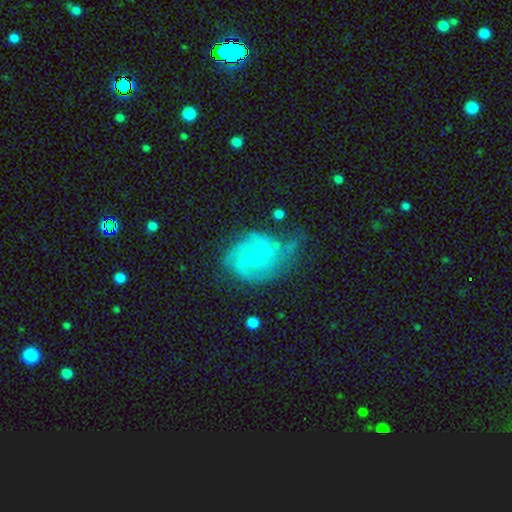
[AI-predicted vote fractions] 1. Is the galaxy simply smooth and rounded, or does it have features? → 75% featured or disk, 17% smooth, 7% star or artifact.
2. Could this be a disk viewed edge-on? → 98% no, 2% yes.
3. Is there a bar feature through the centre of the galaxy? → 51% weak, 38% no, 11% strong.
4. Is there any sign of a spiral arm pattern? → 92% yes, 8% no.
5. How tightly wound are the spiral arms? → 46% medium, 34% tight, 20% loose.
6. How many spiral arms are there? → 36% 2, 24% can't tell, 24% 3, 6% 4, 5% 1, 4% more than 4.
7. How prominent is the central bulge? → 74% small, 16% moderate, 8% none, 1% large, 1% dominant.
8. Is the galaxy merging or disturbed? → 49% none, 30% minor disturbance, 17% major disturbance, 4% merger.